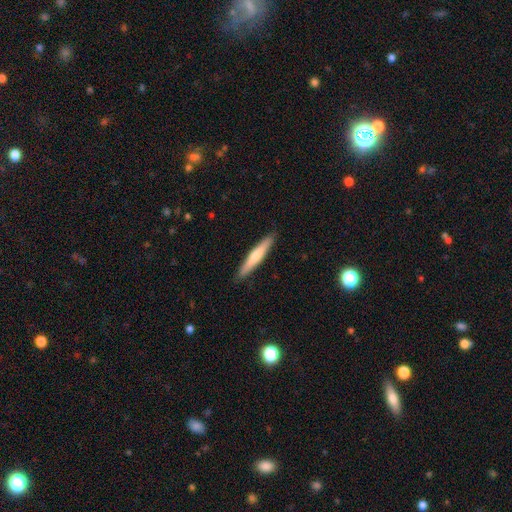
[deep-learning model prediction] Morphology: type=smooth (59%); roundness=cigar-shaped (94%); merging=none (90%).